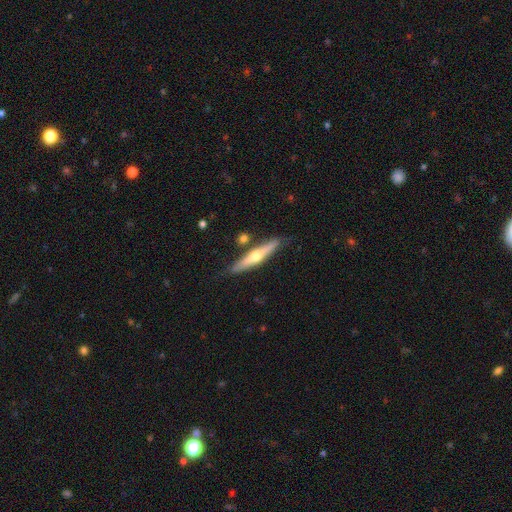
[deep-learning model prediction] The model was most divided on "smooth or featured": featured or disk: 59%, smooth: 35%, star or artifact: 6%. More confident: edge-on disk — yes (94%); edge-on bulge — rounded (90%); merging — none (80%).